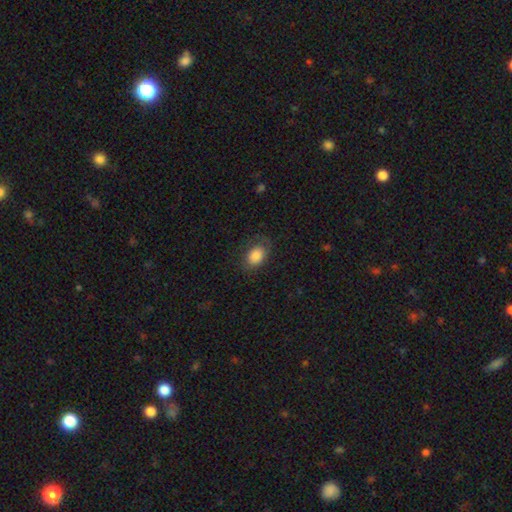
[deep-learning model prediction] Morphology: type=smooth (82%); roundness=in between (83%); merging=none (68%).